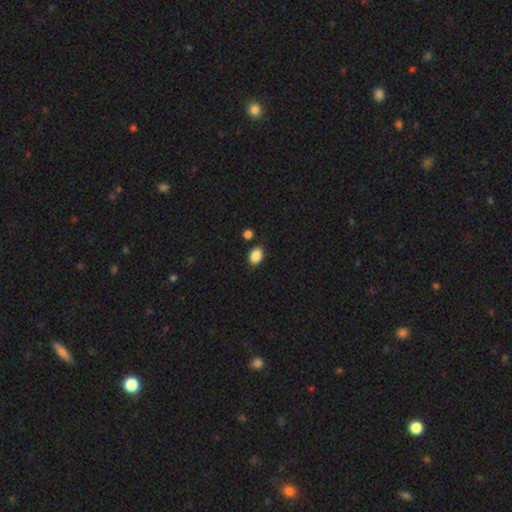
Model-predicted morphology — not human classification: Smooth or featured: smooth — 88% (star or artifact — 8%)
How rounded: in between — 74% (round — 25%)
Merging: none — 83% (minor disturbance — 10%)